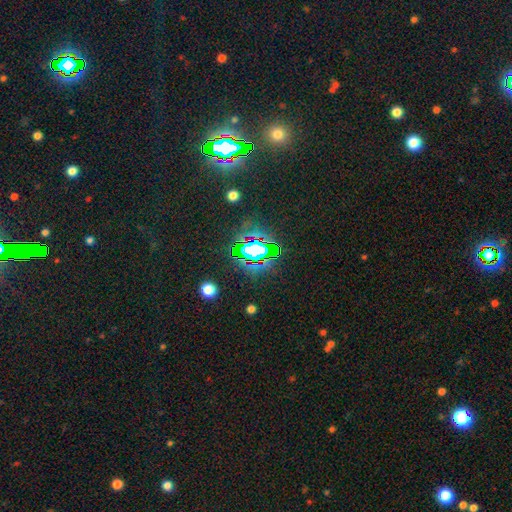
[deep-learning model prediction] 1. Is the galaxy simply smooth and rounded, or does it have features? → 81% star or artifact, 11% smooth, 8% featured or disk.